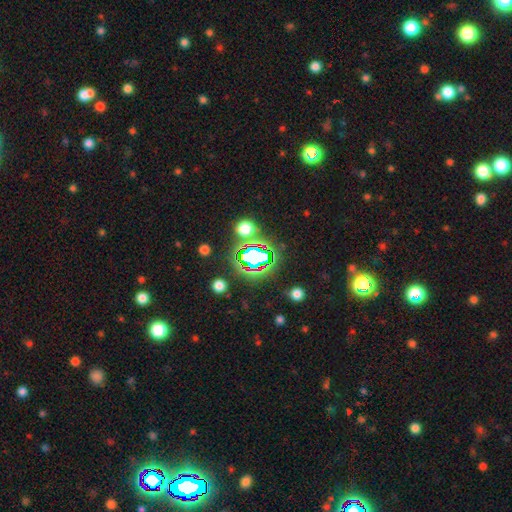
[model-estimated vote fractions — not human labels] This is likely a star or artifact rather than a galaxy (64%).